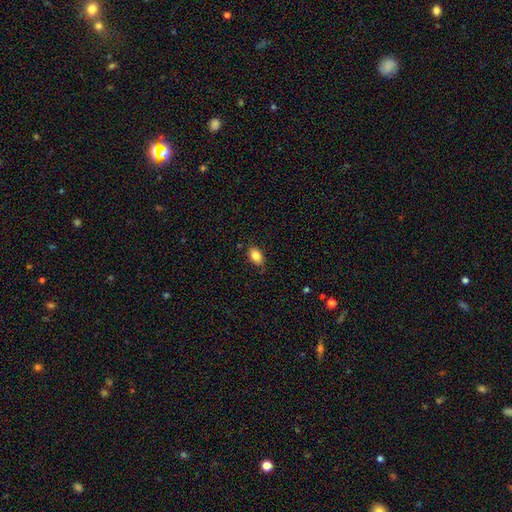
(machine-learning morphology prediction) Smooth or featured: smooth — 85% (star or artifact — 8%)
How rounded: in between — 86% (round — 12%)
Merging: none — 77% (minor disturbance — 18%)